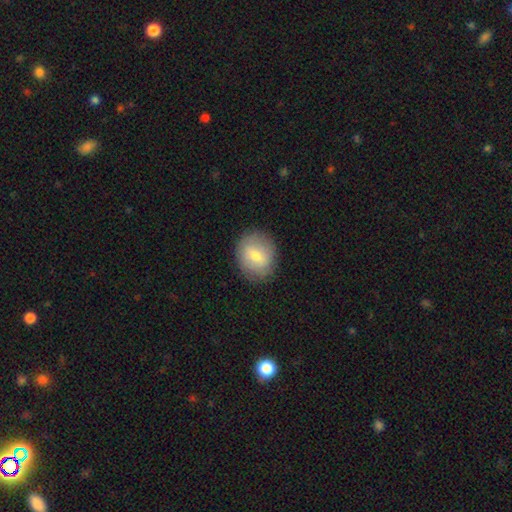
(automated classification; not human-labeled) smooth 66%, featured or disk 26%, star or artifact 8%. Down the decision tree: how rounded — round (64%); merging — none (85%).